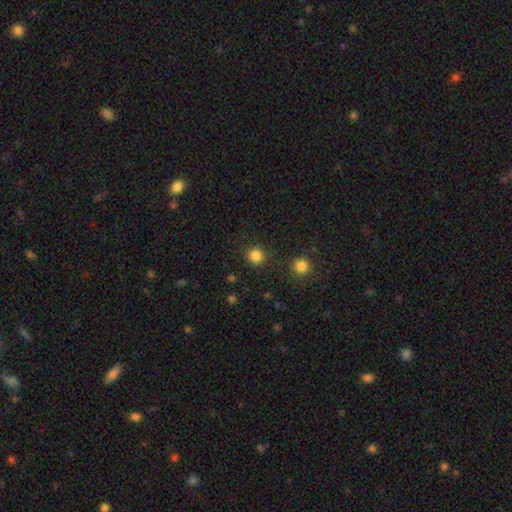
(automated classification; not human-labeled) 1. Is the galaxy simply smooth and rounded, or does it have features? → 83% smooth, 13% star or artifact, 4% featured or disk.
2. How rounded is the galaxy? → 93% round, 6% in between, 1% cigar-shaped.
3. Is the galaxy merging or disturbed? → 88% none, 6% minor disturbance, 3% major disturbance, 3% merger.